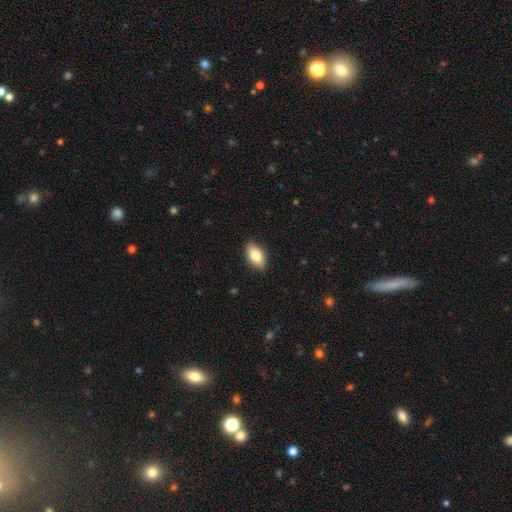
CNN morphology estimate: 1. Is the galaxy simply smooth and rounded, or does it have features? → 81% smooth, 12% featured or disk, 7% star or artifact.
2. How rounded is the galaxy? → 92% in between, 6% round, 3% cigar-shaped.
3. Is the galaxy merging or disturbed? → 88% none, 9% minor disturbance, 2% major disturbance, 1% merger.